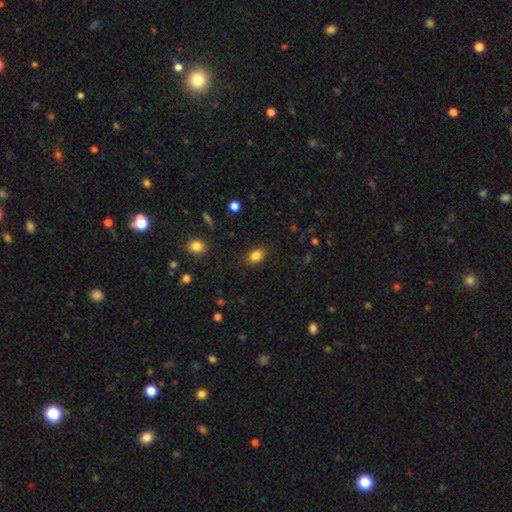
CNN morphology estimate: Overall: smooth (84%). How rounded: in between (76%). Merging: none (84%).